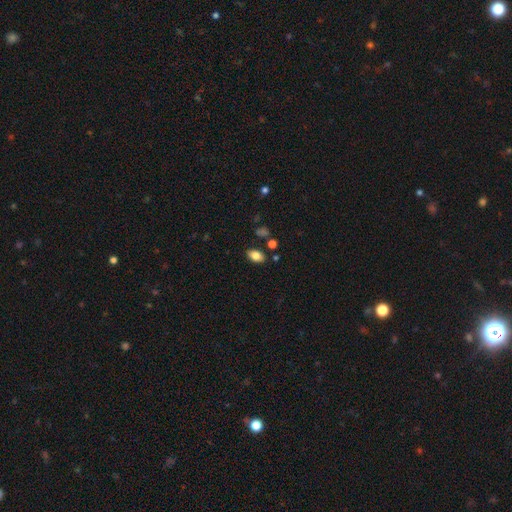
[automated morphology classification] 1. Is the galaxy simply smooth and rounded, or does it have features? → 82% smooth, 9% featured or disk, 9% star or artifact.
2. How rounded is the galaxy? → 89% in between, 9% round, 1% cigar-shaped.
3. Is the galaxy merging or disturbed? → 84% none, 10% minor disturbance, 4% merger, 2% major disturbance.